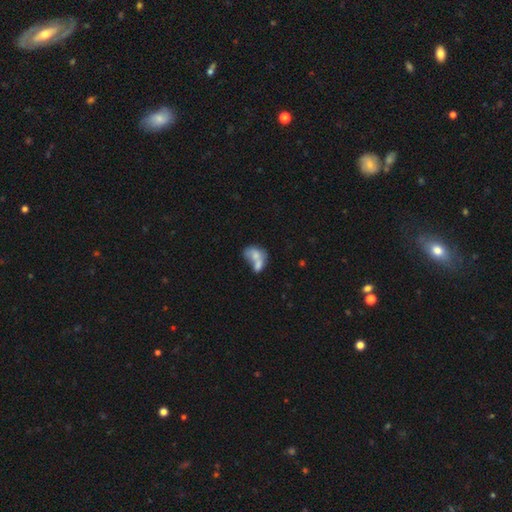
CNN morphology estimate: A smooth galaxy with no disk features (63%) that is in between round and cigar-shaped (74%).

Vote fractions:
- Smooth or featured? smooth: 63% / featured or disk: 28% / star or artifact: 9%
- How rounded? in between: 74% / round: 24% / cigar-shaped: 2%
- Merging? merger: 69% / none: 15% / minor disturbance: 8% / major disturbance: 8%